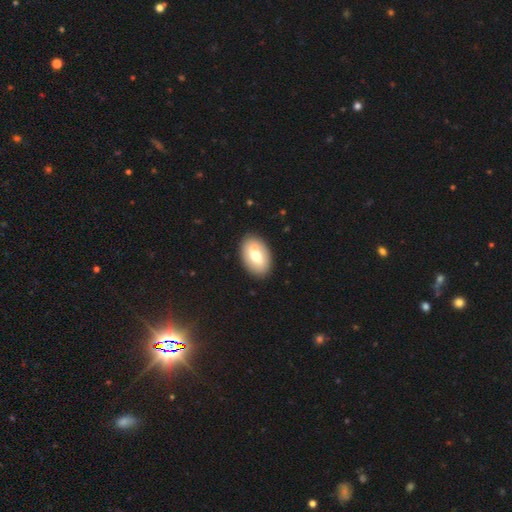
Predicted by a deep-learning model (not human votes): Q: Smooth or featured?
A: smooth (64%); runner-up: featured or disk (30%)
Q: How rounded?
A: in between (91%); runner-up: round (8%)
Q: Merging?
A: none (71%); runner-up: merger (15%)